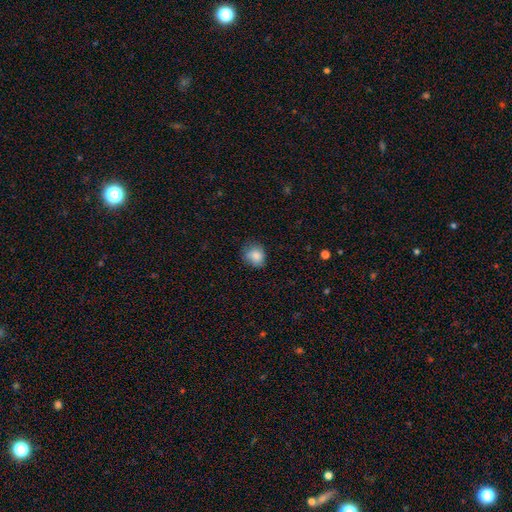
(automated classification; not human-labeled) Morphology: type=smooth (85%); roundness=round (69%); merging=none (67%).